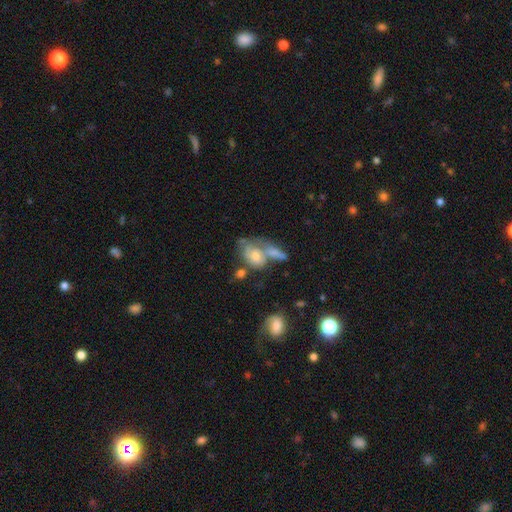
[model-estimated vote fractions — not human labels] smooth_or_featured: smooth (p=0.46) [alt: featured or disk p=0.44]
merging: merger (p=0.48) [alt: none p=0.24]